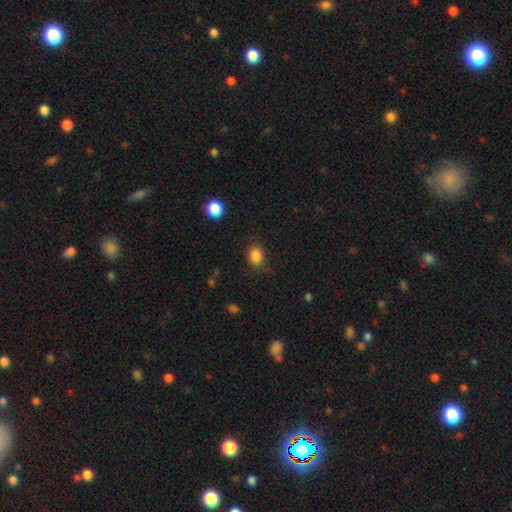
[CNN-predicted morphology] This is clearly a smooth galaxy (85%). How rounded: likely in between (64%). Merging: likely none (75%).